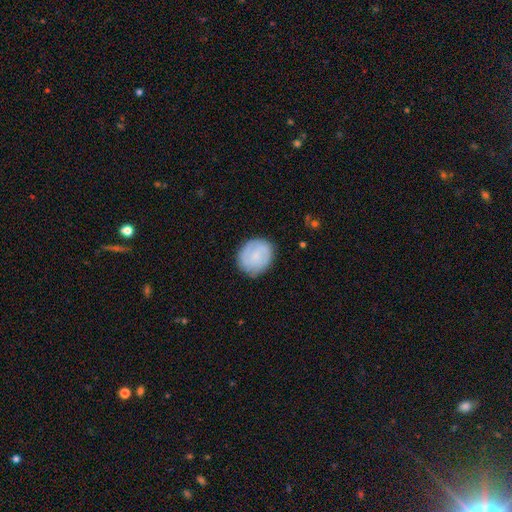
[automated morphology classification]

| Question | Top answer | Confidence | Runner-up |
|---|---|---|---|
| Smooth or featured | smooth | 53% | featured or disk (40%) |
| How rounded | round | 75% | in between (23%) |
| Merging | none | 83% | minor disturbance (13%) |